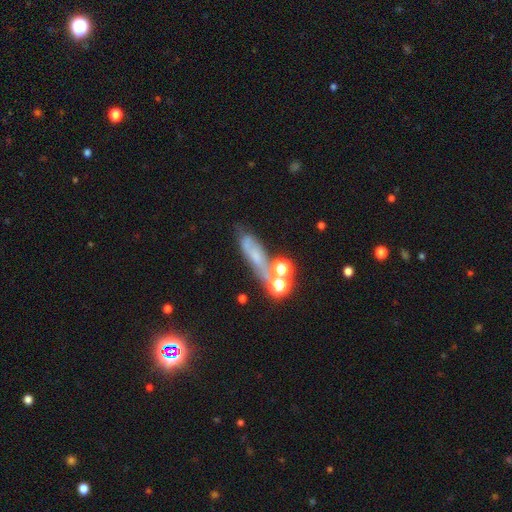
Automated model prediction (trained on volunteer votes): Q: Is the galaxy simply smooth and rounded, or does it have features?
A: featured or disk — 35%, tied with smooth.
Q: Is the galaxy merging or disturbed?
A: none — 46%.